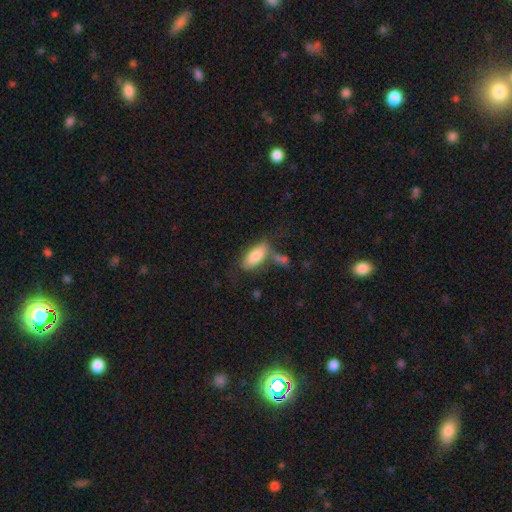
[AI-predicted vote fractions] Smooth or featured?
  - smooth: 80% *
  - featured or disk: 14%
  - star or artifact: 6%
How rounded?
  - in between: 84% *
  - cigar-shaped: 14%
  - round: 2%
Merging?
  - none: 56% *
  - minor disturbance: 20%
  - merger: 16%
  - major disturbance: 8%